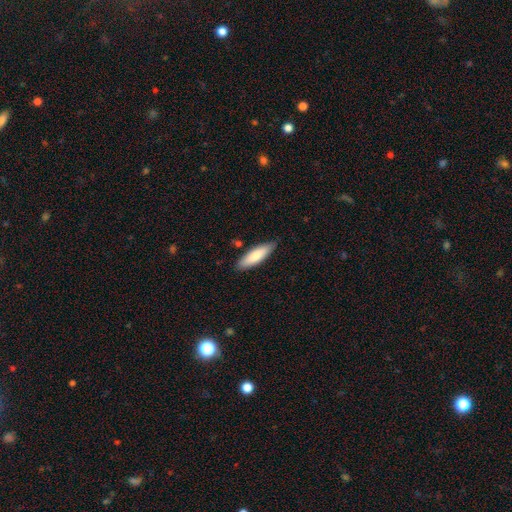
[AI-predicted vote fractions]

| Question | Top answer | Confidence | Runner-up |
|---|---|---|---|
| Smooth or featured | smooth | 78% | featured or disk (17%) |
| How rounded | cigar-shaped | 53% | in between (45%) |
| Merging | none | 85% | minor disturbance (11%) |